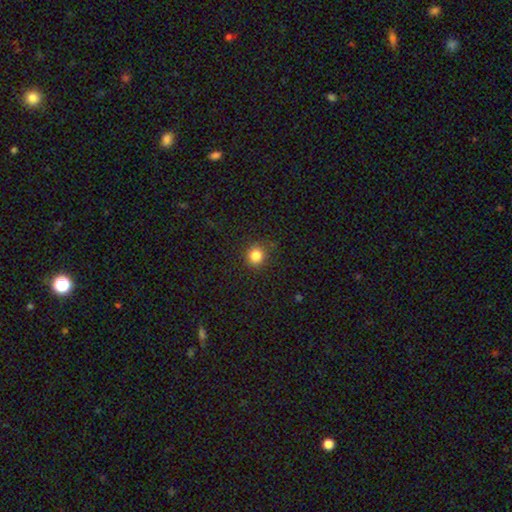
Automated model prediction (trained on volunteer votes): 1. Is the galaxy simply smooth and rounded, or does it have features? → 84% smooth, 12% star or artifact, 4% featured or disk.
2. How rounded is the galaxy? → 92% round, 7% in between, 1% cigar-shaped.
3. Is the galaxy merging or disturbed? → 89% none, 7% minor disturbance, 2% major disturbance, 1% merger.